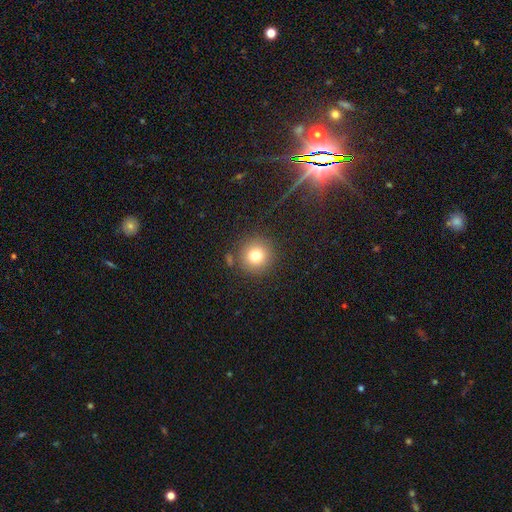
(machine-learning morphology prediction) Overall: smooth (78%). How rounded: round (93%). Merging: none (85%).